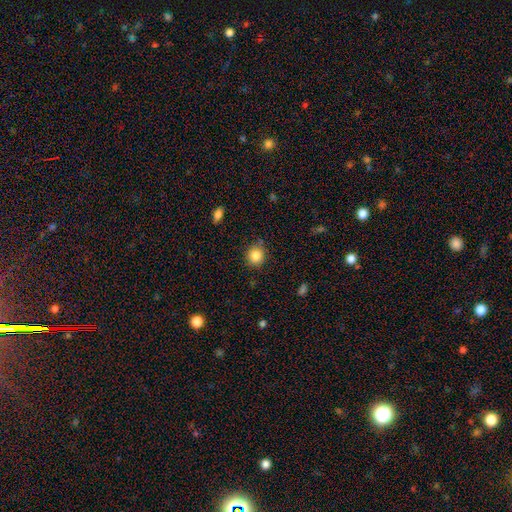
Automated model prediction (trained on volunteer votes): Smooth or featured?
  - smooth: 84% *
  - star or artifact: 10%
  - featured or disk: 6%
How rounded?
  - round: 85% *
  - in between: 14%
  - cigar-shaped: 1%
Merging?
  - none: 84% *
  - minor disturbance: 11%
  - merger: 3%
  - major disturbance: 3%